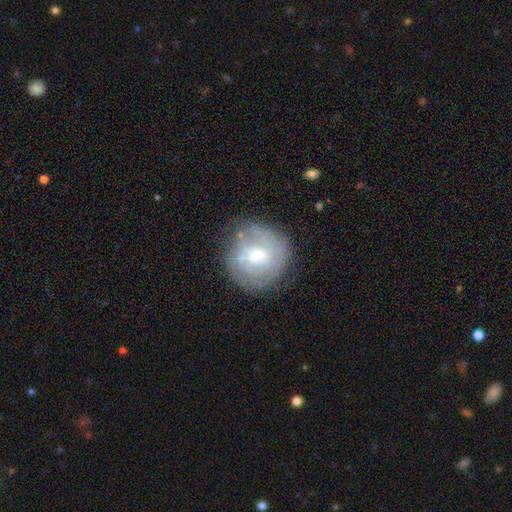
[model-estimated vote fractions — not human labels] Morphology: type=featured or disk (59%); edge-on=no (97%); bar=no (47%); spiral arms=yes (65%); bulge=moderate (52%); merging=none (69%).